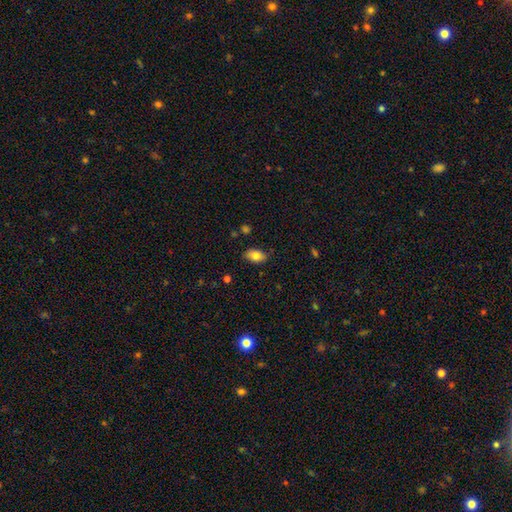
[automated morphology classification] Smooth or featured? smooth (80%)
How rounded? in between (90%)
Merging? none (83%)